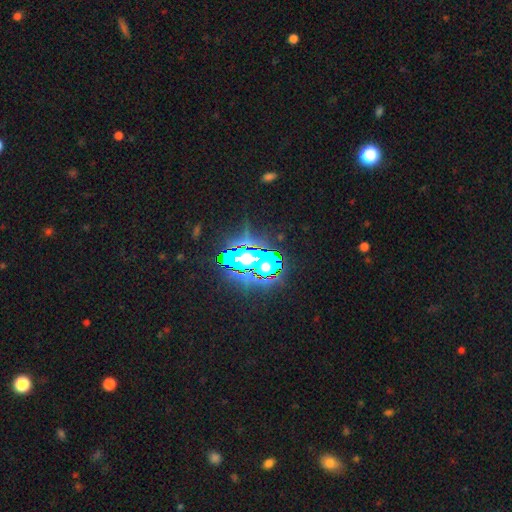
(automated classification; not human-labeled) This appears to be a star or artifact, not a galaxy (75%).